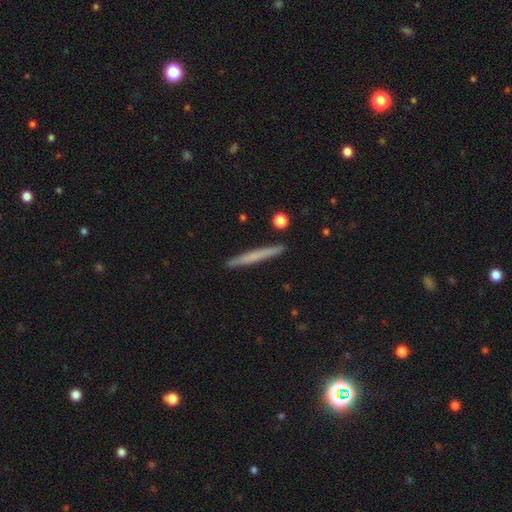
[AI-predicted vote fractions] Smooth or featured?
  - smooth: 58% *
  - featured or disk: 36%
  - star or artifact: 6%
How rounded?
  - cigar-shaped: 97% *
  - in between: 2%
  - round: 1%
Merging?
  - none: 91% *
  - minor disturbance: 6%
  - merger: 2%
  - major disturbance: 1%